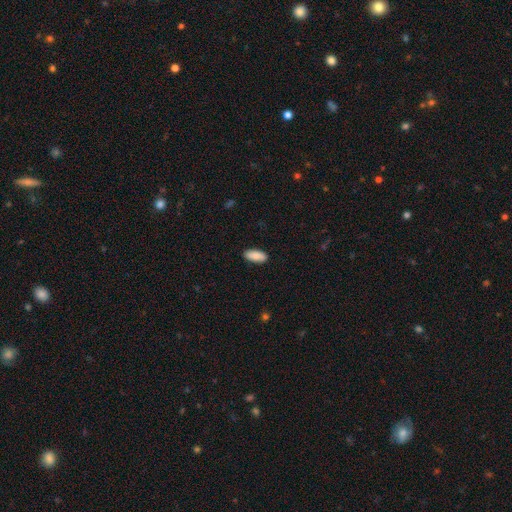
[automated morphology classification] Smooth or featured? Predicted: smooth (p=0.87). How rounded? Predicted: in between (p=0.88). Merging? Predicted: none (p=0.88).